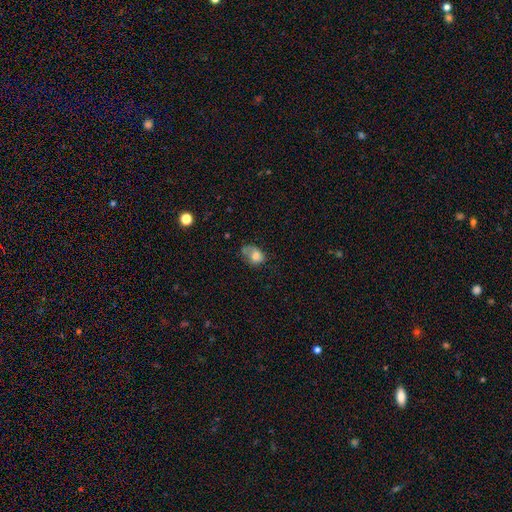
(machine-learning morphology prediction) smooth-or-featured: smooth: 71% | featured or disk: 19% | star or artifact: 10%
  how-rounded: in between: 69% | round: 30% | cigar-shaped: 1%
  merging: minor disturbance: 35% | none: 31% | major disturbance: 28% | merger: 6%